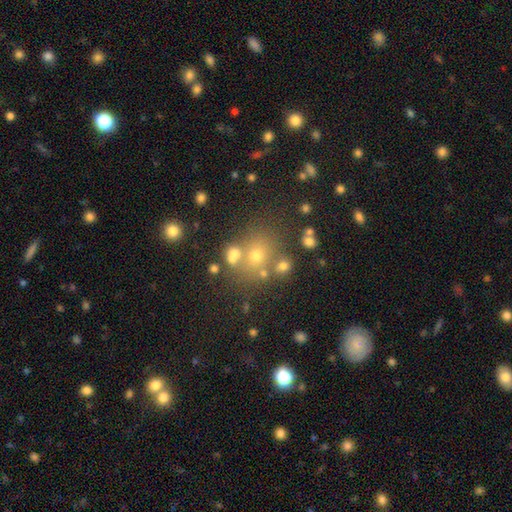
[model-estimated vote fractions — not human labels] The model was most divided on "smooth or featured": smooth: 53%, star or artifact: 31%, featured or disk: 16%. More confident: how rounded — round (77%); merging — none (59%).